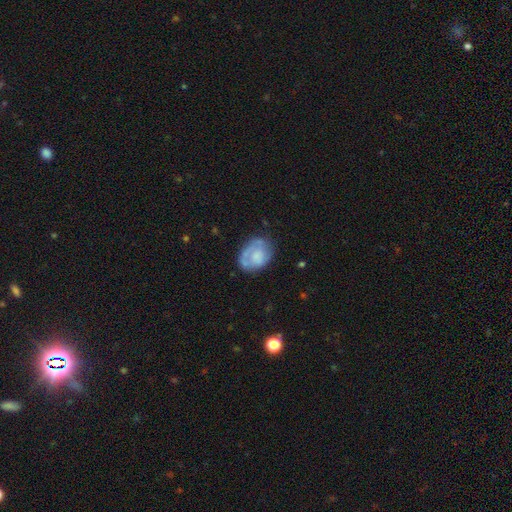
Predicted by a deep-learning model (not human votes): smooth 51%, featured or disk 42%, star or artifact 7%. Down the decision tree: how rounded — in between (66%); merging — none (56%).